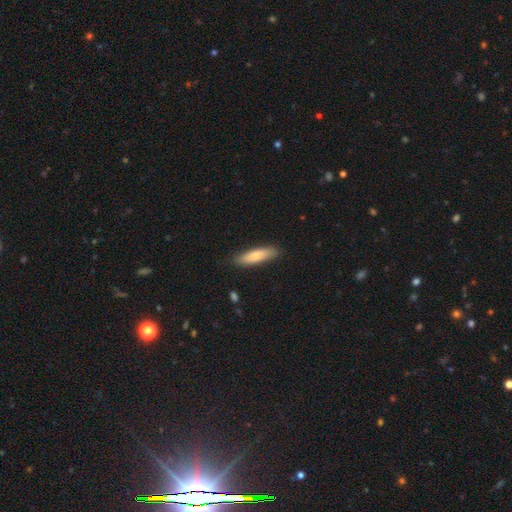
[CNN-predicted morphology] A smooth galaxy with no disk features (80%) that is cigar-shaped (69%).

Vote fractions:
- Smooth or featured? smooth: 80% / featured or disk: 14% / star or artifact: 6%
- How rounded? cigar-shaped: 69% / in between: 30% / round: 1%
- Merging? none: 86% / minor disturbance: 10% / major disturbance: 2% / merger: 1%